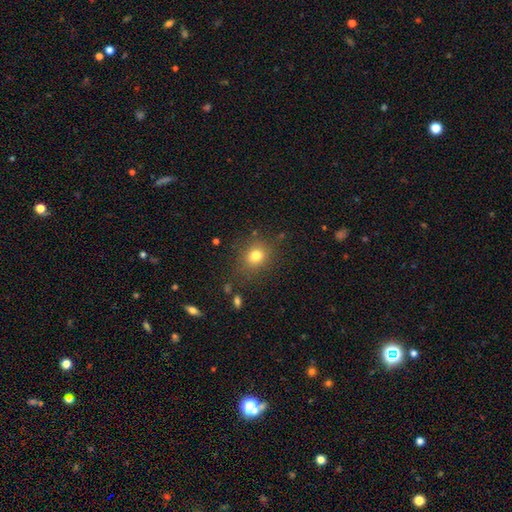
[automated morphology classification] A smooth galaxy with no disk features (78%) that is round (65%).

Vote fractions:
- Smooth or featured? smooth: 78% / star or artifact: 14% / featured or disk: 8%
- How rounded? round: 65% / in between: 34% / cigar-shaped: 1%
- Merging? none: 80% / minor disturbance: 13% / major disturbance: 5% / merger: 3%